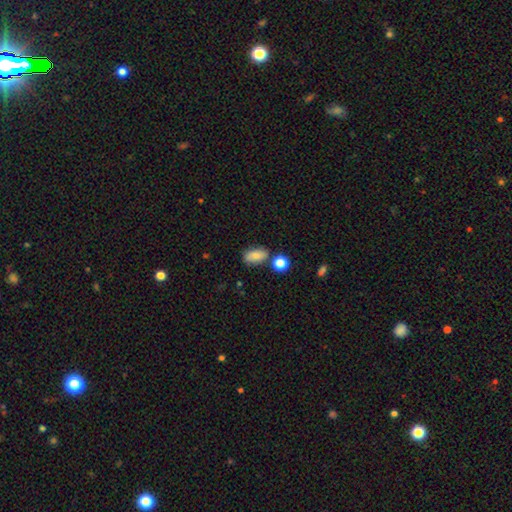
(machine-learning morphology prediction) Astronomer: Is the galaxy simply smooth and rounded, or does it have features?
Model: smooth — 76%.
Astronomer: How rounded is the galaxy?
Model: in between — 86%.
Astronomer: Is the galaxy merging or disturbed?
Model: none — 74%.